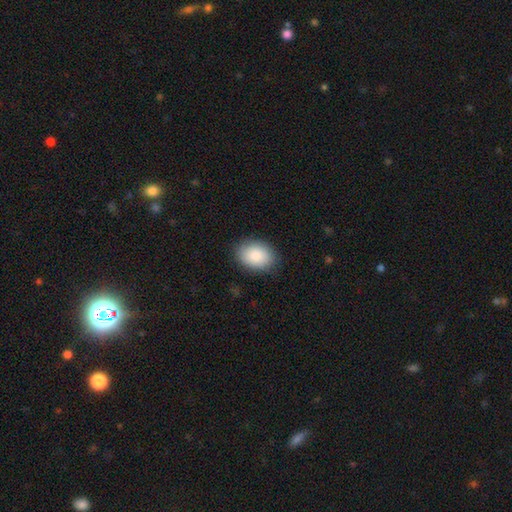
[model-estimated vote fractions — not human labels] This appears to be a smooth galaxy with no disk features (89%) that is in between round and cigar-shaped (77%). Merging: none (86%).